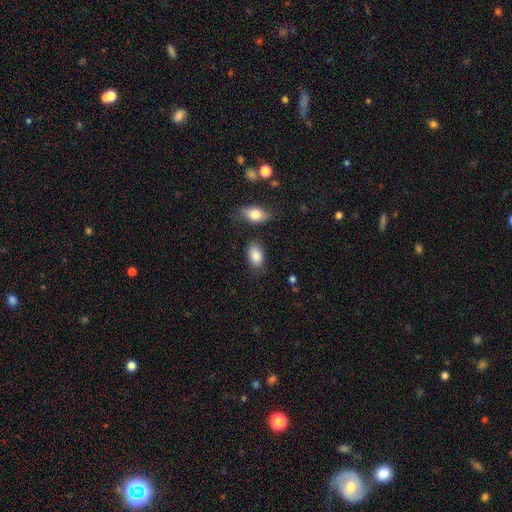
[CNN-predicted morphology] Smooth or featured?
  - smooth: 86% *
  - star or artifact: 7%
  - featured or disk: 6%
How rounded?
  - in between: 90% *
  - round: 9%
  - cigar-shaped: 2%
Merging?
  - none: 73% *
  - minor disturbance: 16%
  - merger: 6%
  - major disturbance: 5%